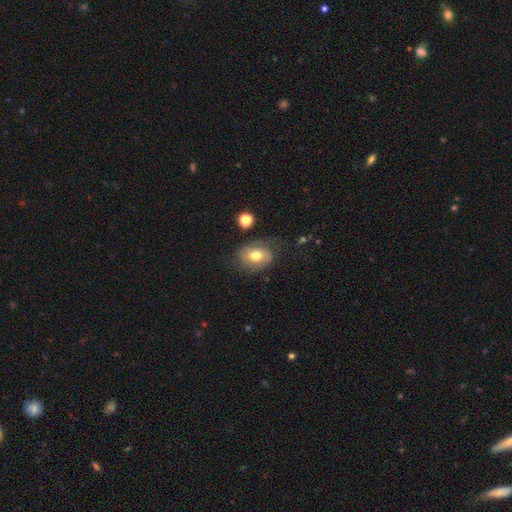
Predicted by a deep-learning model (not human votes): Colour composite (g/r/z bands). It shows a smooth galaxy with no disk features (60%) that is in between round and cigar-shaped (64%). Merging: none (58%).